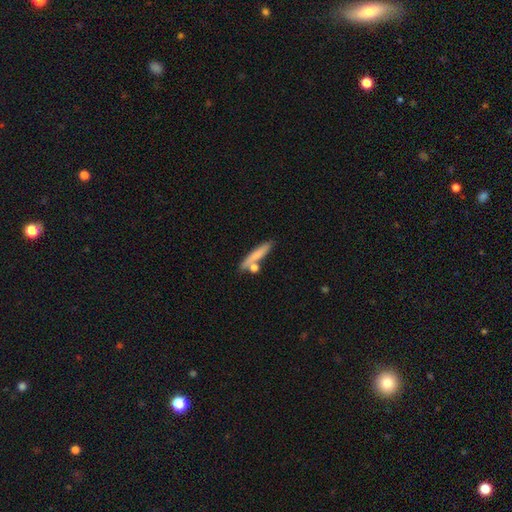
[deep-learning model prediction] smooth_or_featured: smooth (p=0.73) [alt: featured or disk p=0.20]
how_rounded: cigar-shaped (p=0.84) [alt: in between p=0.12]
merging: none (p=0.67) [alt: merger p=0.16]